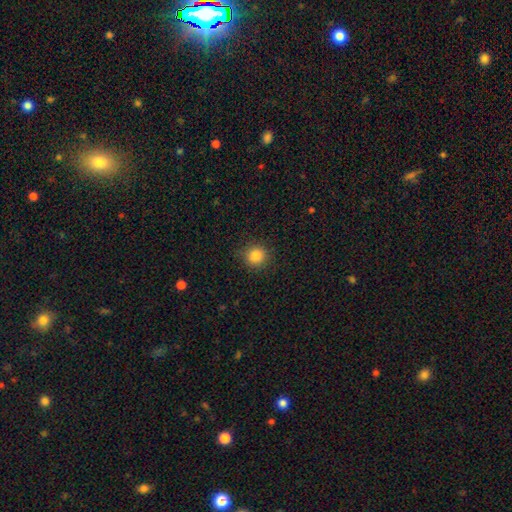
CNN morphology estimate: A smooth galaxy with no disk features (85%) that is round (92%).

Vote fractions:
- Smooth or featured? smooth: 85% / star or artifact: 11% / featured or disk: 4%
- How rounded? round: 92% / in between: 7% / cigar-shaped: 1%
- Merging? none: 89% / minor disturbance: 7% / major disturbance: 3% / merger: 1%